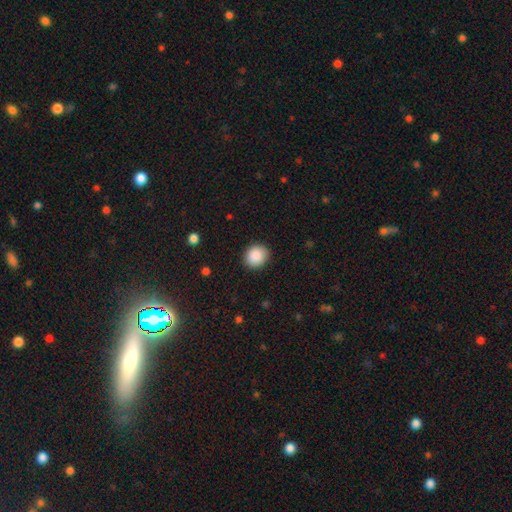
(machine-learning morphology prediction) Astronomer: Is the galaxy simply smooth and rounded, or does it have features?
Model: smooth — 89%.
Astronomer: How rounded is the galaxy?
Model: round — 79%.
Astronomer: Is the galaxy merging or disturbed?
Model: none — 89%.